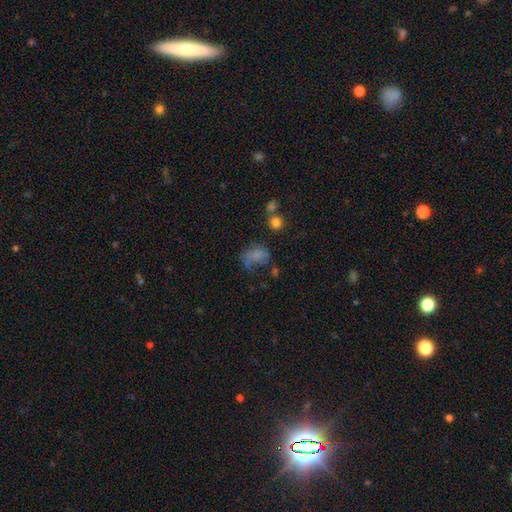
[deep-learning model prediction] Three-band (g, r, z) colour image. It shows a smooth galaxy with no disk features (59%) that is in between round and cigar-shaped (69%). Merging: major disturbance (36%).